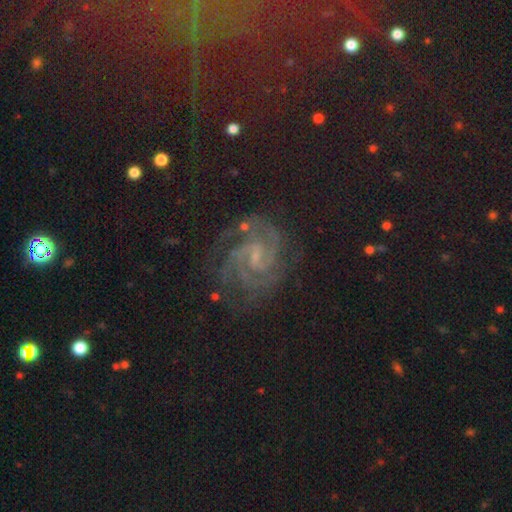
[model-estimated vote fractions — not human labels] A featured or disk galaxy (62%) with a weak bar (52%), 2 (45%) tight (50%) spiral arms (96%) and a small central bulge (67%). Merging: none (77%).